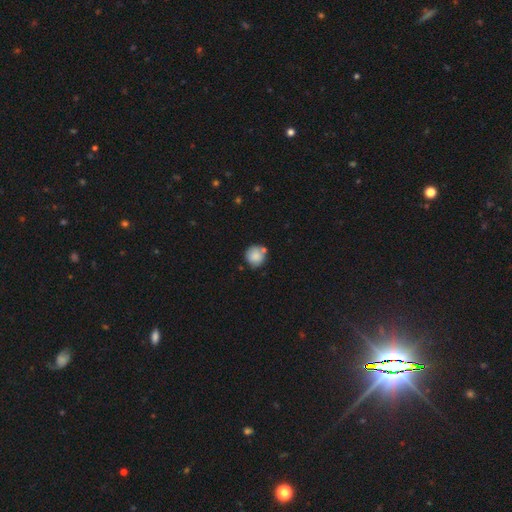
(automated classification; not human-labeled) Smooth or featured? Predicted: smooth (p=0.83). How rounded? Predicted: round (p=0.91). Merging? Predicted: none (p=0.65).